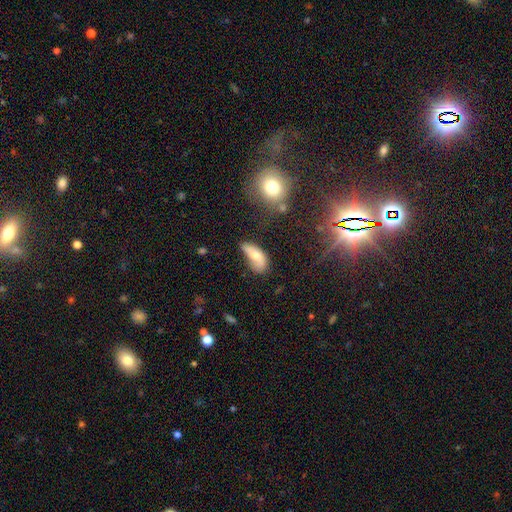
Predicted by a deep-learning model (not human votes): The model was most divided on "merging": minor disturbance: 34%, none: 30%, major disturbance: 25%, merger: 11%. More confident: how rounded — in between (83%); smooth or featured — smooth (66%).